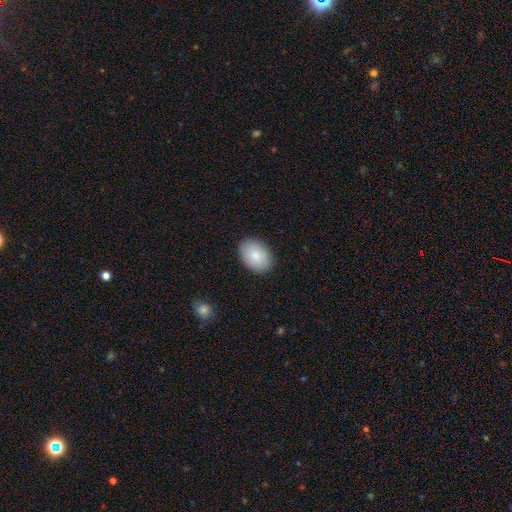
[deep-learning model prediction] This appears to be a smooth galaxy with no disk features (85%) that is in between round and cigar-shaped (87%). Merging: none (89%).